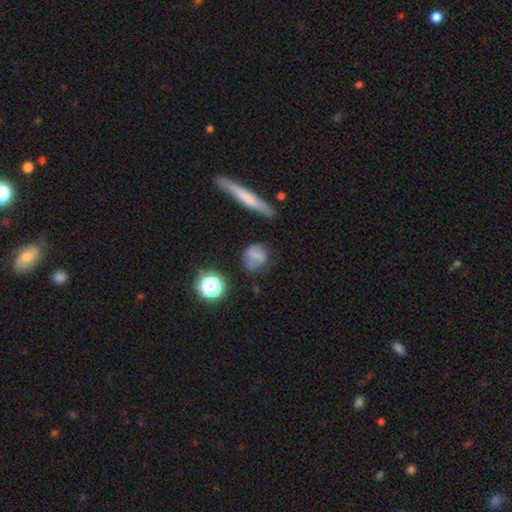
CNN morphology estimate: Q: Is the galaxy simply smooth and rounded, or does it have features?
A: smooth — 67%.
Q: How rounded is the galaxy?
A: round — 61%.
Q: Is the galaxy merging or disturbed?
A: none — 60%.